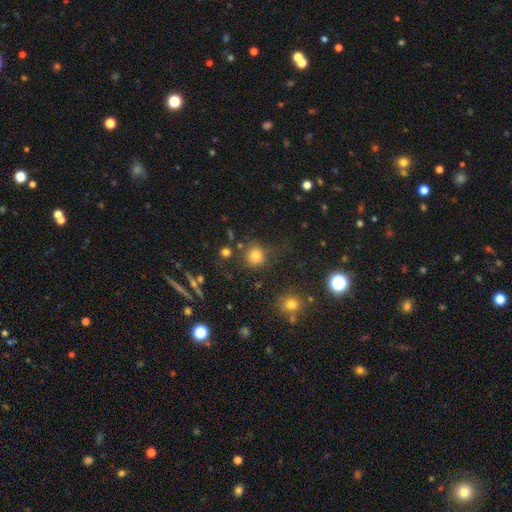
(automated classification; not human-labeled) Q: Smooth or featured?
A: smooth (76%); runner-up: star or artifact (17%)
Q: How rounded?
A: round (90%); runner-up: in between (8%)
Q: Merging?
A: none (76%); runner-up: minor disturbance (12%)